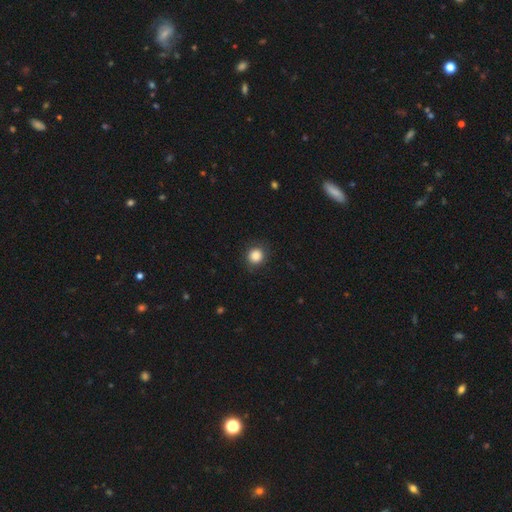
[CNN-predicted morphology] Smooth or featured? smooth (87%)
How rounded? round (91%)
Merging? none (87%)